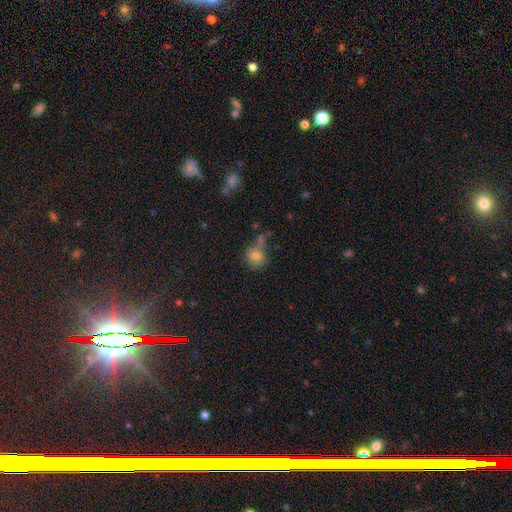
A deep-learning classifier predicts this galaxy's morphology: Smooth or featured: smooth — 75% (star or artifact — 12%)
How rounded: round — 80% (in between — 19%)
Merging: none — 56% (minor disturbance — 19%)